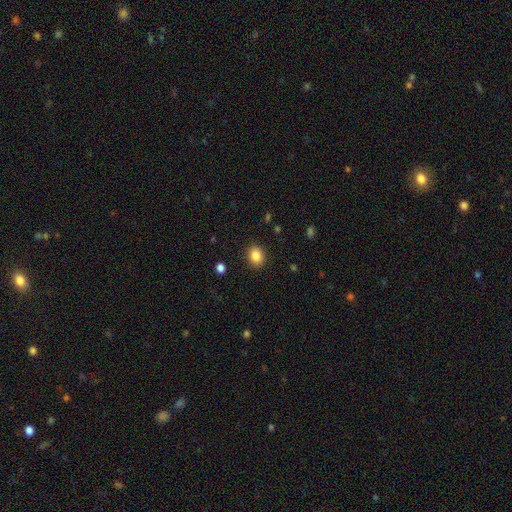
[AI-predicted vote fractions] smooth-or-featured: smooth: 86% | star or artifact: 10% | featured or disk: 5%
  how-rounded: round: 56% | in between: 43% | cigar-shaped: 1%
  merging: none: 90% | minor disturbance: 7% | major disturbance: 2% | merger: 1%